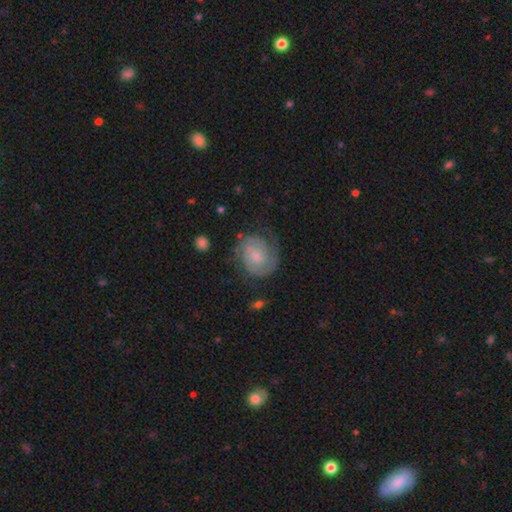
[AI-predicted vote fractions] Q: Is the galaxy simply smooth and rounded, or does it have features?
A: featured or disk — 74%.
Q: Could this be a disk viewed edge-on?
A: no — 98%.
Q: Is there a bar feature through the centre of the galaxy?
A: no — 67%.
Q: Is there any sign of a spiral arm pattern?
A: yes — 93%.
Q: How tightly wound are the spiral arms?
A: tight — 59%.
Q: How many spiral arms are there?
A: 2 — 68%.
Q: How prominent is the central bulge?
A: small — 46%.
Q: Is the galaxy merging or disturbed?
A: none — 68%.